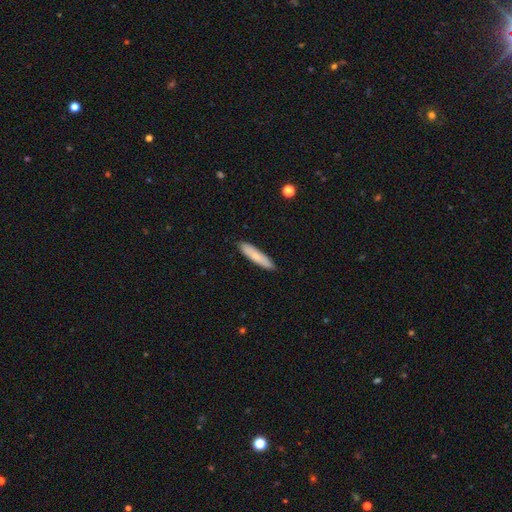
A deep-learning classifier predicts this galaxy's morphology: Smooth or featured? smooth (77%)
How rounded? cigar-shaped (81%)
Merging? none (89%)